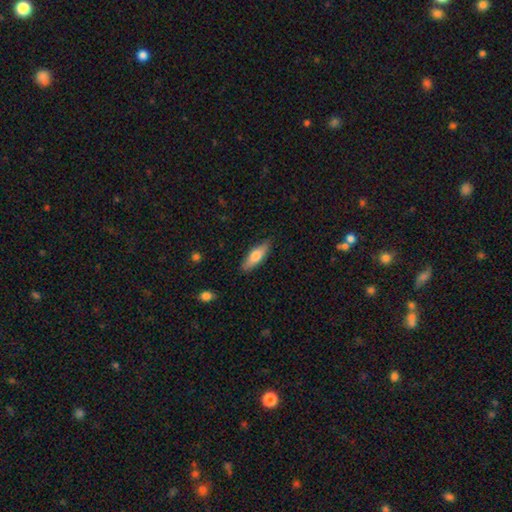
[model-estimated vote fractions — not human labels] Smooth or featured? Predicted: smooth (p=0.69). How rounded? Predicted: in between (p=0.52). Merging? Predicted: none (p=0.86).